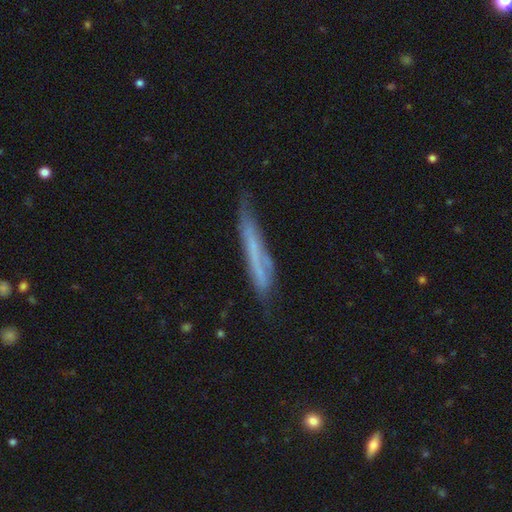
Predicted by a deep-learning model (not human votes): The model was most divided on "smooth or featured": featured or disk: 48%, smooth: 43%, star or artifact: 9%. More confident: merging — none (60%).